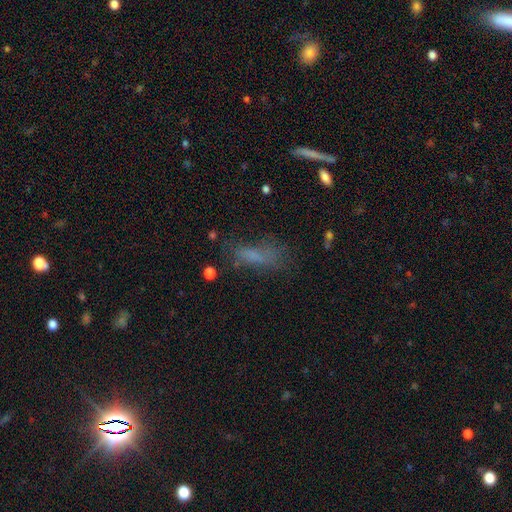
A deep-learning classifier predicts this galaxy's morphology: Smooth or featured? Predicted: smooth (p=0.61). How rounded? Predicted: in between (p=0.56). Merging? Predicted: none (p=0.46).